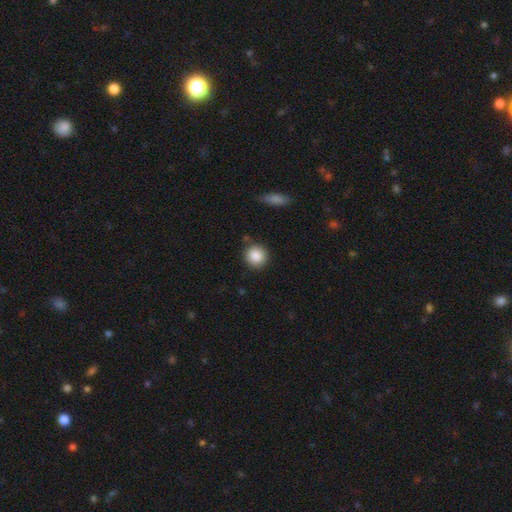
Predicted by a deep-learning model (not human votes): Smooth or featured?
  - smooth: 88% *
  - star or artifact: 8%
  - featured or disk: 4%
How rounded?
  - round: 91% *
  - in between: 8%
  - cigar-shaped: 1%
Merging?
  - none: 86% *
  - minor disturbance: 8%
  - merger: 3%
  - major disturbance: 3%